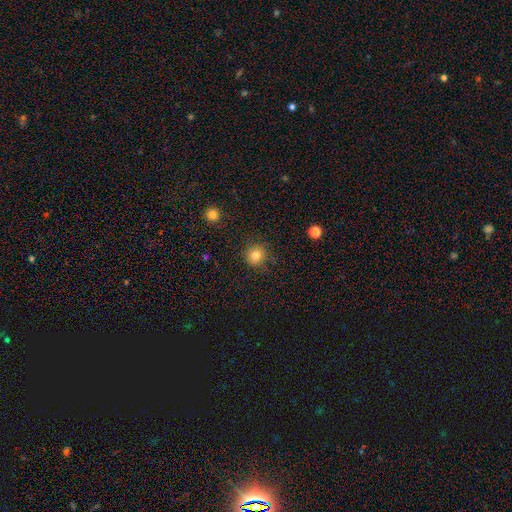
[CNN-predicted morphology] Smooth or featured?
  - smooth: 80% *
  - star or artifact: 13%
  - featured or disk: 7%
How rounded?
  - round: 93% *
  - in between: 7%
  - cigar-shaped: 1%
Merging?
  - none: 87% *
  - minor disturbance: 9%
  - major disturbance: 3%
  - merger: 1%